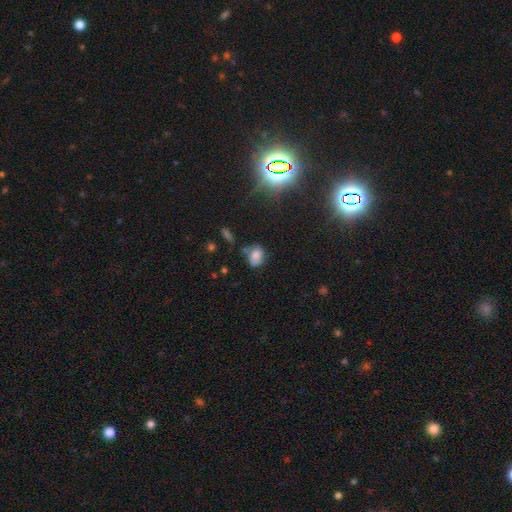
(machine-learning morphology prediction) Overall: smooth (71%). How rounded: in between (65%; round 33%). Merging: none (52%; minor disturbance 27%).